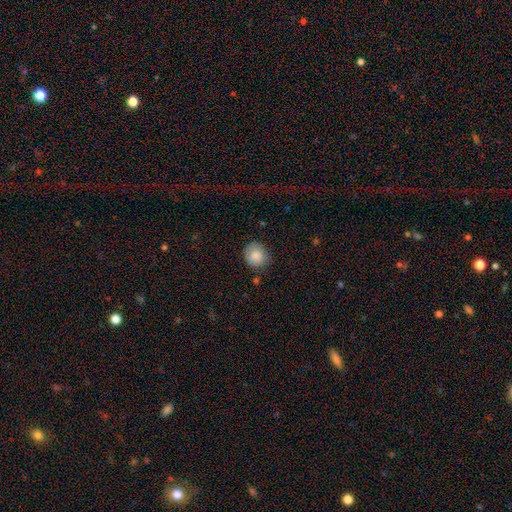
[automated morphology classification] smooth-or-featured: smooth: 86% | star or artifact: 8% | featured or disk: 7%
  how-rounded: round: 83% | in between: 16% | cigar-shaped: 1%
  merging: none: 77% | minor disturbance: 17% | major disturbance: 4% | merger: 2%